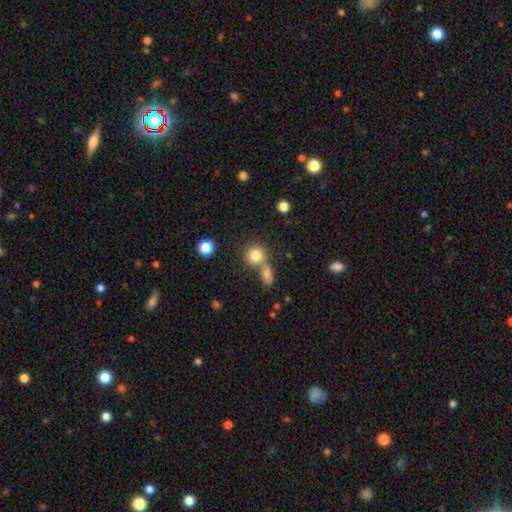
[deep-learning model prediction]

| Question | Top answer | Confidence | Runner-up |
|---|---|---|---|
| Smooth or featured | smooth | 81% | star or artifact (11%) |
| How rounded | round | 85% | in between (13%) |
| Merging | none | 57% | merger (31%) |